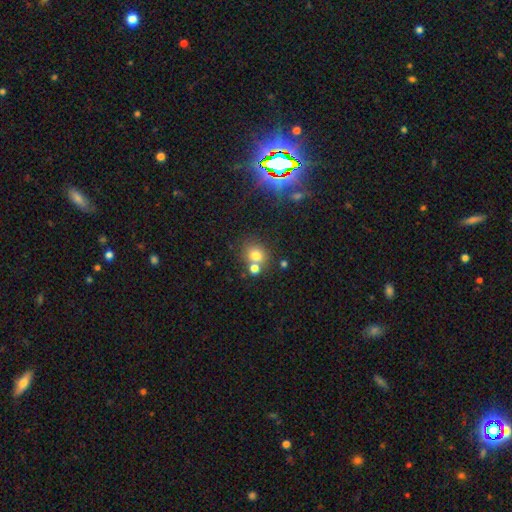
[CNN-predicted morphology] type=smooth (74%); roundness=round (79%); merging=none (57%).